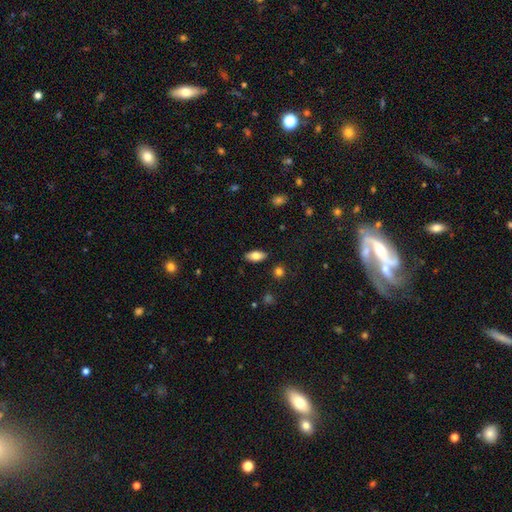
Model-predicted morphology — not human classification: Smooth or featured? smooth (78%)
How rounded? in between (87%)
Merging? none (87%)